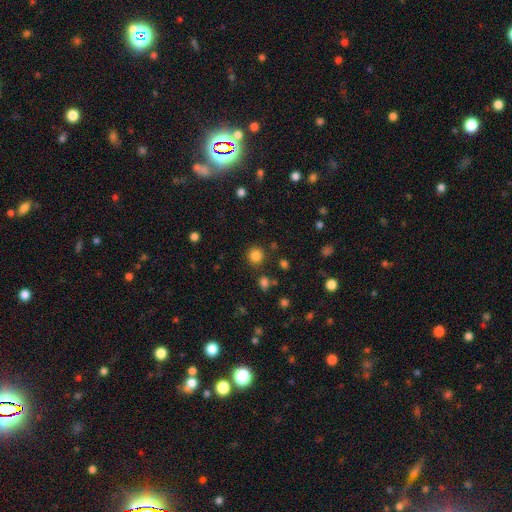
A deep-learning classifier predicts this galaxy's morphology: Smooth or featured: smooth — 83% (star or artifact — 13%)
How rounded: round — 92% (in between — 7%)
Merging: none — 86% (minor disturbance — 7%)